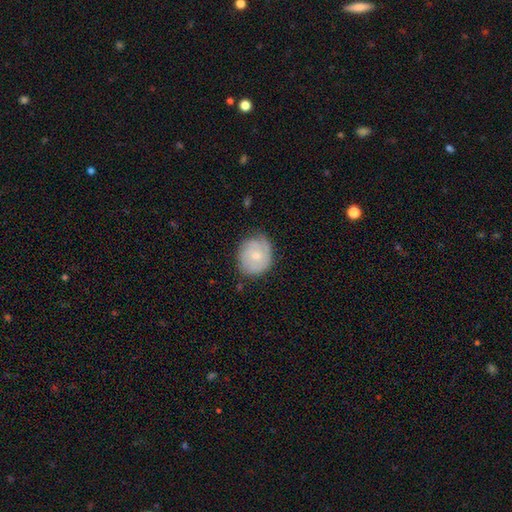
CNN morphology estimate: smooth_or_featured: smooth (p=0.48) [alt: featured or disk p=0.45]
merging: none (p=0.67) [alt: minor disturbance p=0.25]